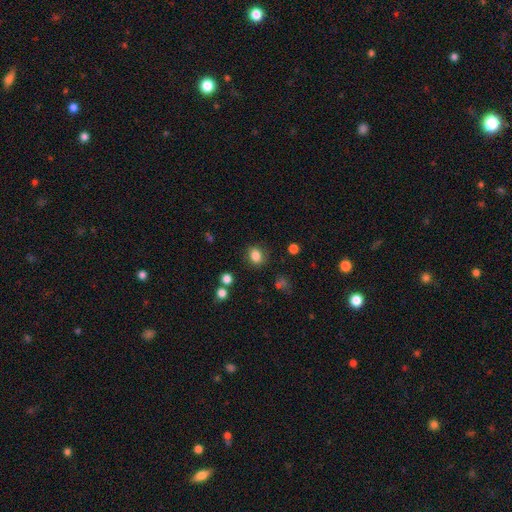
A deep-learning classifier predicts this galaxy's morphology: smooth 83%, star or artifact 11%, featured or disk 5%. Down the decision tree: how rounded — round (56%); merging — none (82%).